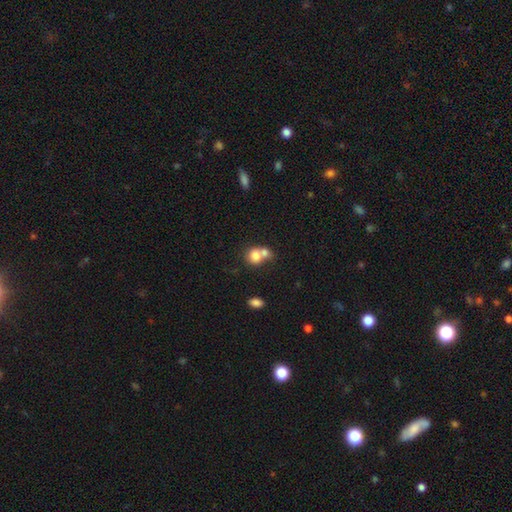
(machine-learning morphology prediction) Smooth or featured? smooth (77%)
How rounded? round (68%)
Merging? merger (62%)